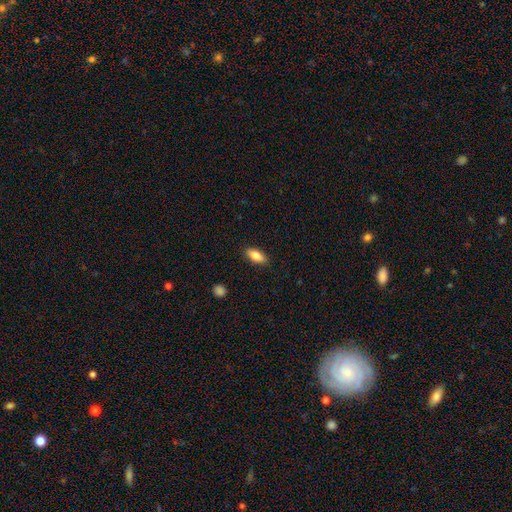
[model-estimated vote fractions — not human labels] Overall: smooth (82%). How rounded: in between (83%). Merging: none (89%).